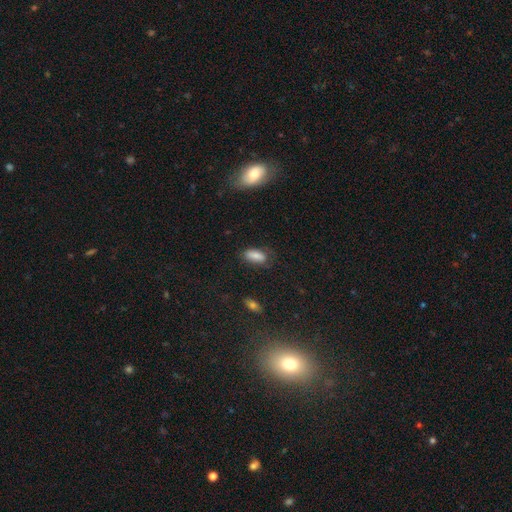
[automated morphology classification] Smooth or featured?
  - smooth: 80% *
  - featured or disk: 10%
  - star or artifact: 9%
How rounded?
  - in between: 87% *
  - cigar-shaped: 11%
  - round: 3%
Merging?
  - none: 66% *
  - minor disturbance: 23%
  - major disturbance: 9%
  - merger: 2%